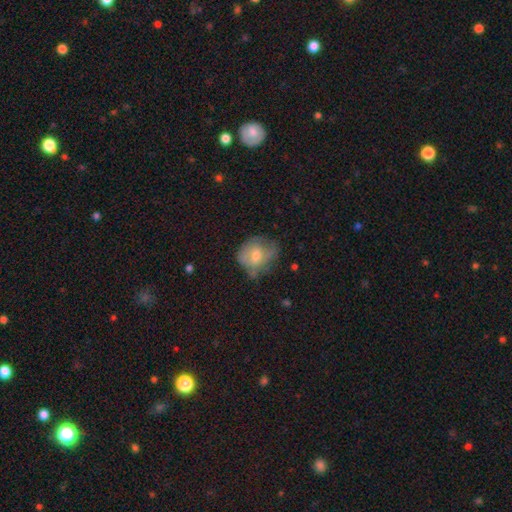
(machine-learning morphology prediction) Smooth or featured? smooth (55%)
How rounded? round (58%)
Merging? none (47%)